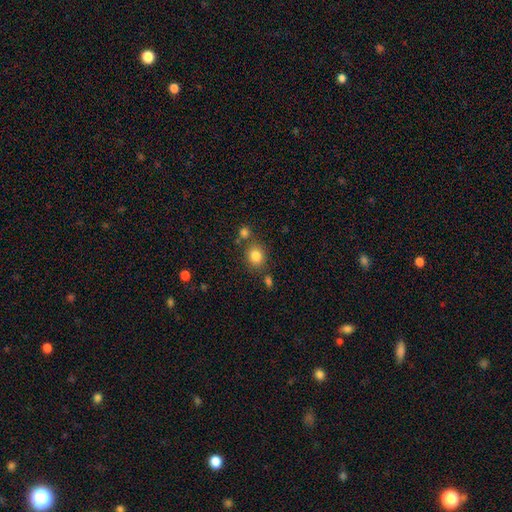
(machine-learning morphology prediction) Smooth or featured? smooth (83%)
How rounded? round (69%)
Merging? none (73%)